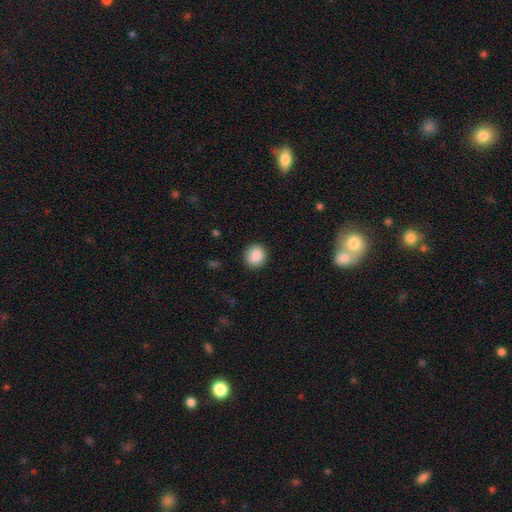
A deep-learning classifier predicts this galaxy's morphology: type=smooth (88%); roundness=round (82%); merging=none (90%).